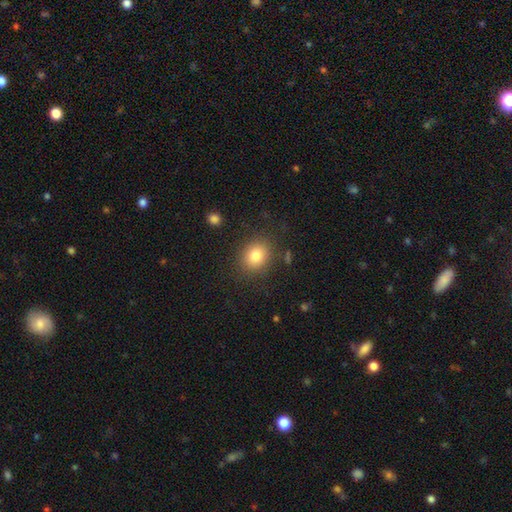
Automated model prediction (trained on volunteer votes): Overall: smooth (82%). How rounded: round (60%; in between 39%). Merging: none (85%).